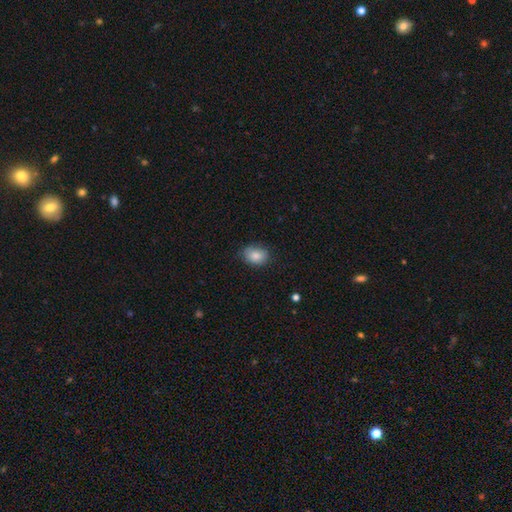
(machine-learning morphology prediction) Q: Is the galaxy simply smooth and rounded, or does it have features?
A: smooth — 85%.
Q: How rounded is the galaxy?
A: in between — 71%.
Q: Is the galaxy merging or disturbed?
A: none — 79%.